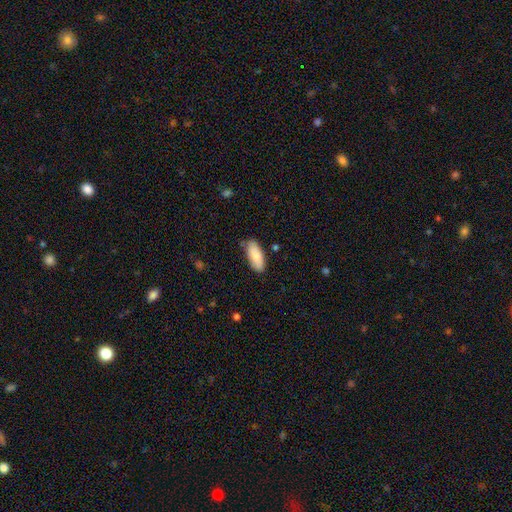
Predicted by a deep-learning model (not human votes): Smooth or featured: smooth — 86% (featured or disk — 8%)
How rounded: in between — 83% (cigar-shaped — 16%)
Merging: none — 78% (minor disturbance — 17%)